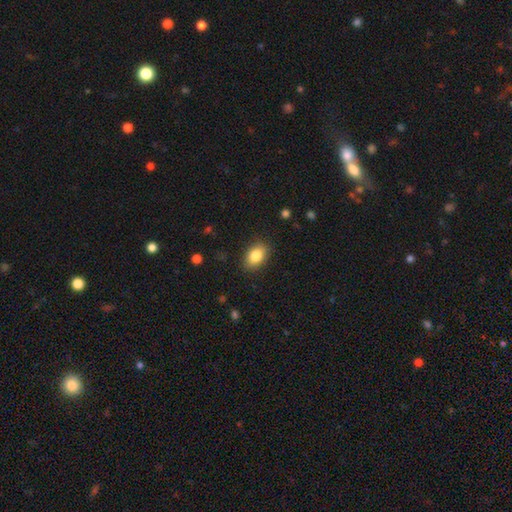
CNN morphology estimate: This appears to be a smooth galaxy with no disk features (84%) that is in between round and cigar-shaped (85%). Merging: none (87%).